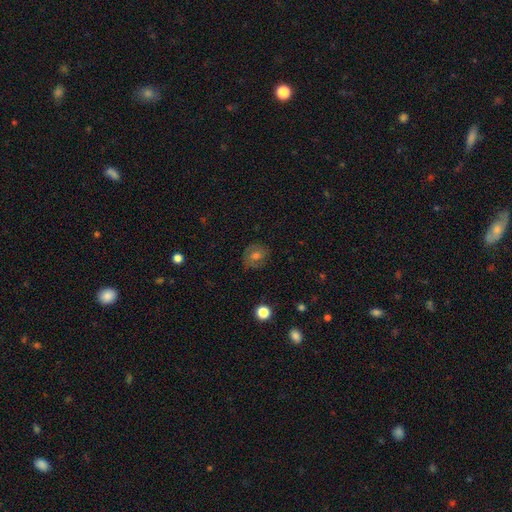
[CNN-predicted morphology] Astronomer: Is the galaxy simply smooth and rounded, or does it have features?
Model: smooth — 46% (runner-up: featured or disk, 37%).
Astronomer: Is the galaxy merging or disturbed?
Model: none — 80%.